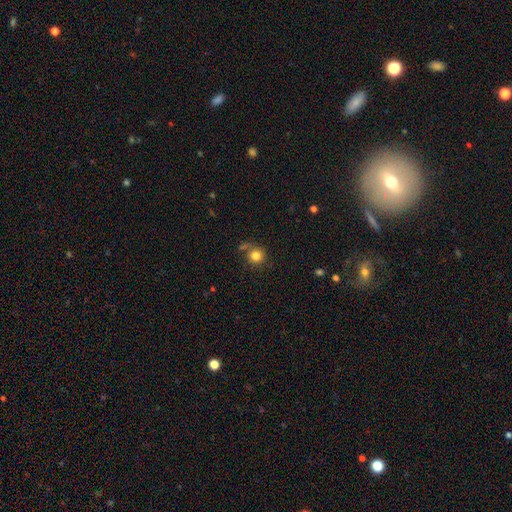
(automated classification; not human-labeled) Smooth or featured?
  - smooth: 81% *
  - star or artifact: 11%
  - featured or disk: 8%
How rounded?
  - round: 91% *
  - in between: 8%
  - cigar-shaped: 1%
Merging?
  - none: 68% *
  - minor disturbance: 14%
  - merger: 11%
  - major disturbance: 7%